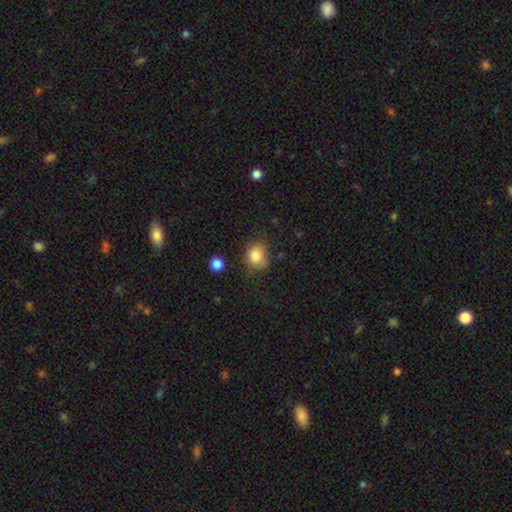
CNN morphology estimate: smooth 84%, star or artifact 9%, featured or disk 7%. Down the decision tree: how rounded — round (61%); merging — none (63%).